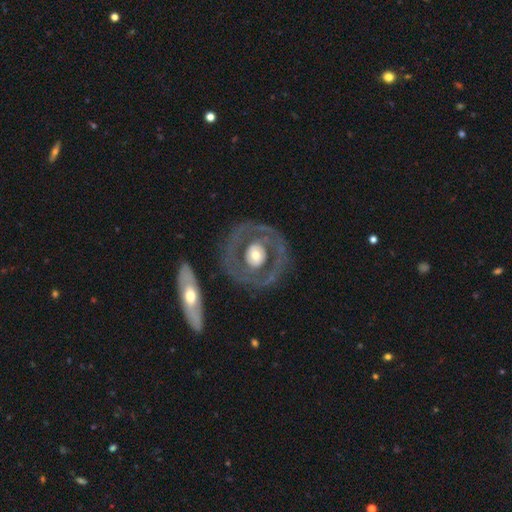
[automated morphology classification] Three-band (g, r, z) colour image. It shows a featured or disk galaxy (68%) with no bar (77%), no spiral arms (66%) and a moderate central bulge (58%). Merging: none (76%).